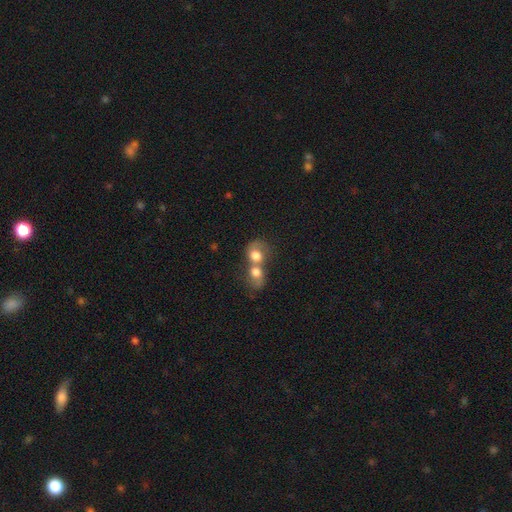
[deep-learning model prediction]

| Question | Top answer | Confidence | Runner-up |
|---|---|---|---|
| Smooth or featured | smooth | 65% | featured or disk (26%) |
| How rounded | round | 56% | in between (42%) |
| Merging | merger | 82% | none (8%) |